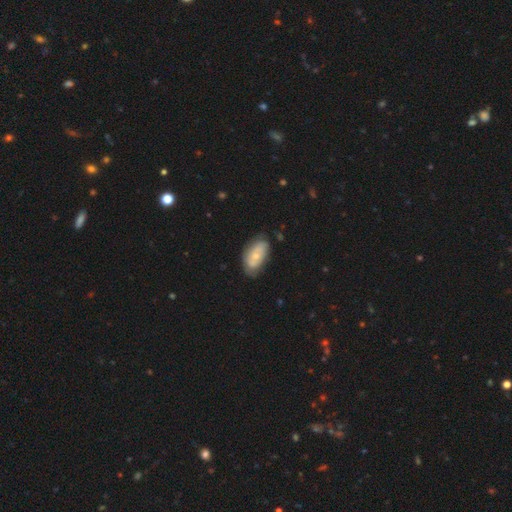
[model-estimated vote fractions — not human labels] This is possibly a smooth galaxy (54%). How rounded: clearly in between (92%). Merging: likely none (62%).